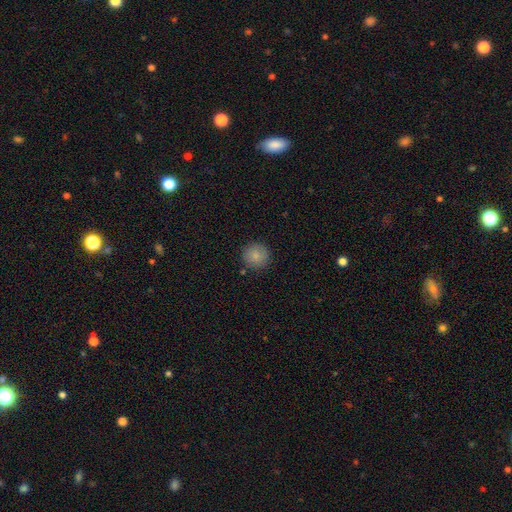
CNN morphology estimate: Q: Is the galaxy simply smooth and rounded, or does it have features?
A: smooth — 85%.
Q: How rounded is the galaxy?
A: round — 95%.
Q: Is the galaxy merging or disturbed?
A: none — 88%.